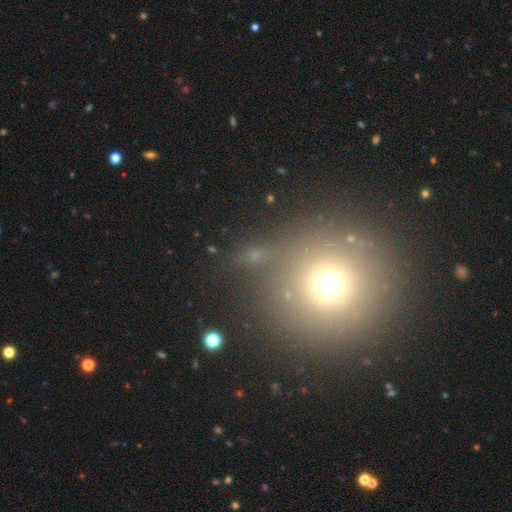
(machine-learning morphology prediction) Q: Smooth or featured?
A: smooth (46%); runner-up: star or artifact (40%)
Q: Merging?
A: none (68%); runner-up: minor disturbance (12%)